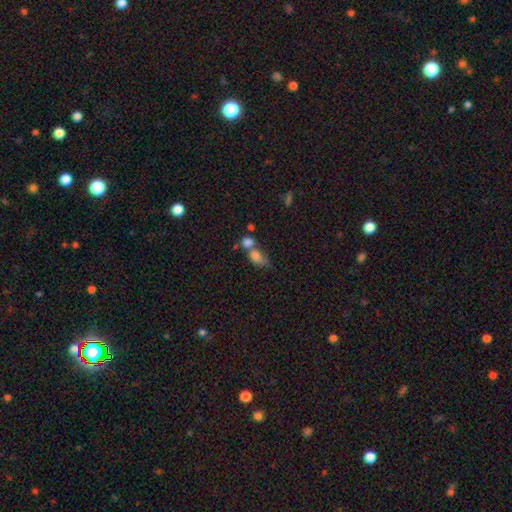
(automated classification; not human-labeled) Q: Smooth or featured?
A: smooth (76%); runner-up: featured or disk (13%)
Q: How rounded?
A: in between (70%); runner-up: round (23%)
Q: Merging?
A: merger (60%); runner-up: none (20%)